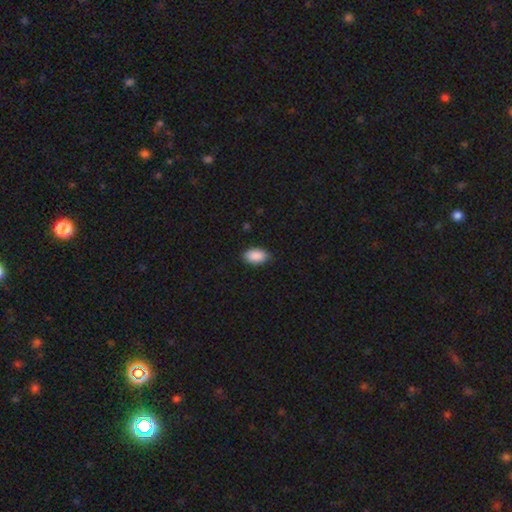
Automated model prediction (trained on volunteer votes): Q: Smooth or featured?
A: smooth (90%); runner-up: star or artifact (7%)
Q: How rounded?
A: in between (94%); runner-up: round (4%)
Q: Merging?
A: none (86%); runner-up: minor disturbance (11%)